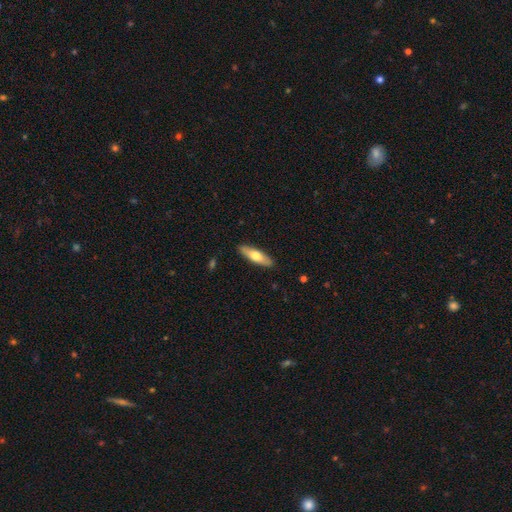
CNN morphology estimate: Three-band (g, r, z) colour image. It shows a smooth galaxy with no disk features (63%) that is cigar-shaped (58%). Merging: none (89%).